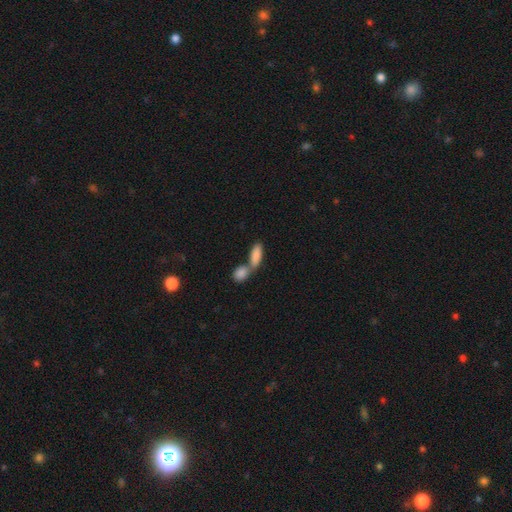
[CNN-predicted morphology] This appears to be a smooth galaxy with no disk features (85%) that is in between round and cigar-shaped (75%). Merging: merger (59%).